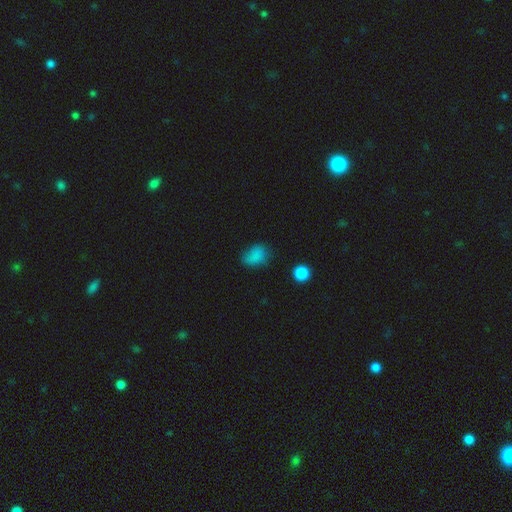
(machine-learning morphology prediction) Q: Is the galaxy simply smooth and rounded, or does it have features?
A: smooth — 79%.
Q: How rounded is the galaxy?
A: in between — 74%.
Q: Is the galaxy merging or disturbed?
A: none — 60%.